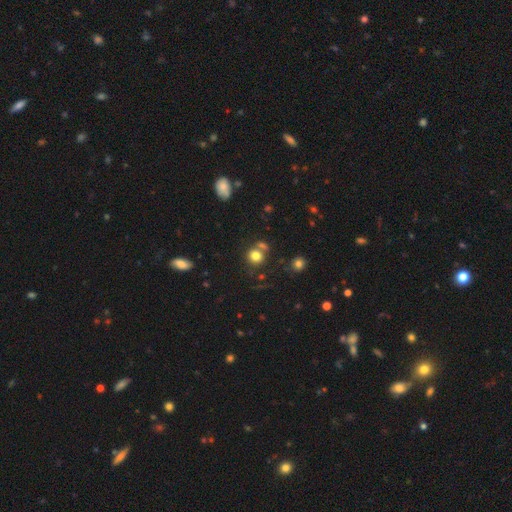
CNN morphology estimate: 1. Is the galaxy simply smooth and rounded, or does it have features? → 79% smooth, 14% star or artifact, 7% featured or disk.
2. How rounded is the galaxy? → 85% round, 14% in between, 1% cigar-shaped.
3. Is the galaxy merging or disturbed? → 65% none, 21% merger, 10% minor disturbance, 4% major disturbance.